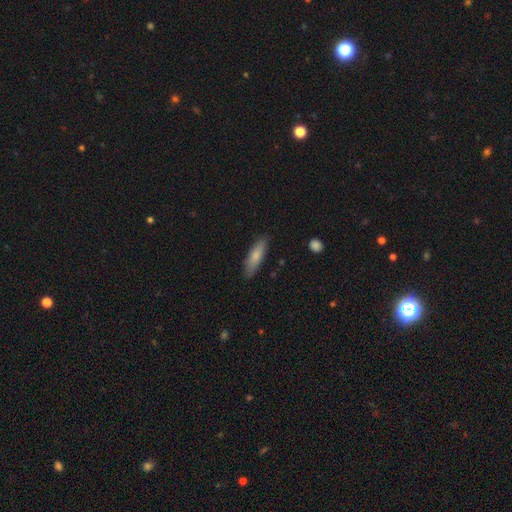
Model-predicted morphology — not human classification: The model was most divided on "how rounded": cigar-shaped: 60%, in between: 39%, round: 2%. More confident: merging — none (84%); smooth or featured — smooth (79%).